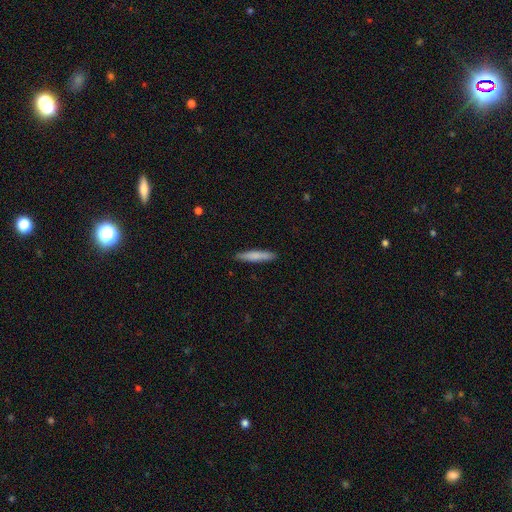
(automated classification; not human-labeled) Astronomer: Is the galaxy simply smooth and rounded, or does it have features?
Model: smooth — 75%.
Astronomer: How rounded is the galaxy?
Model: cigar-shaped — 91%.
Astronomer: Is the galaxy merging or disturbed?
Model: none — 89%.